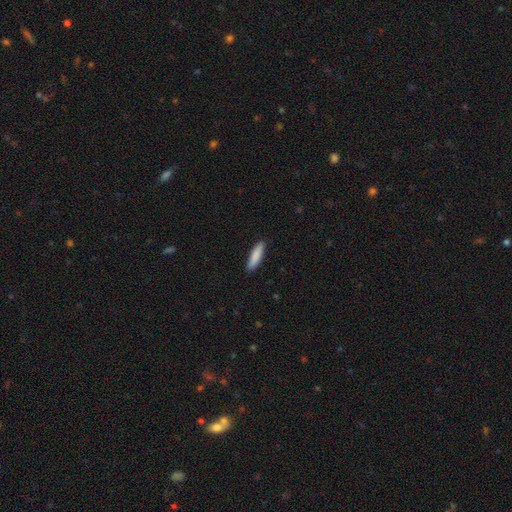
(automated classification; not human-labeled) Smooth or featured? smooth (86%)
How rounded? cigar-shaped (78%)
Merging? none (90%)